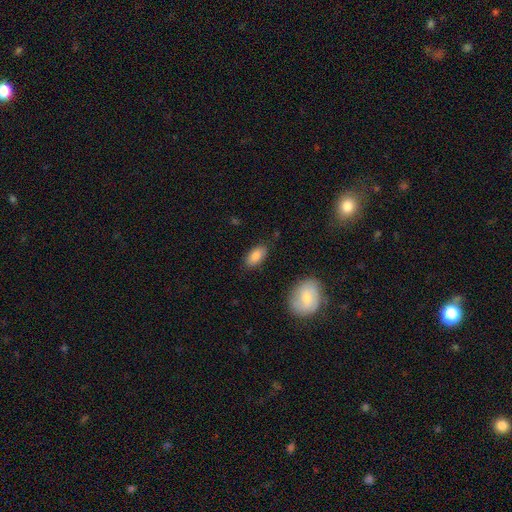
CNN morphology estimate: smooth_or_featured: smooth (p=0.86) [alt: featured or disk p=0.07]
how_rounded: in between (p=0.93) [alt: cigar-shaped p=0.04]
merging: none (p=0.83) [alt: minor disturbance p=0.12]